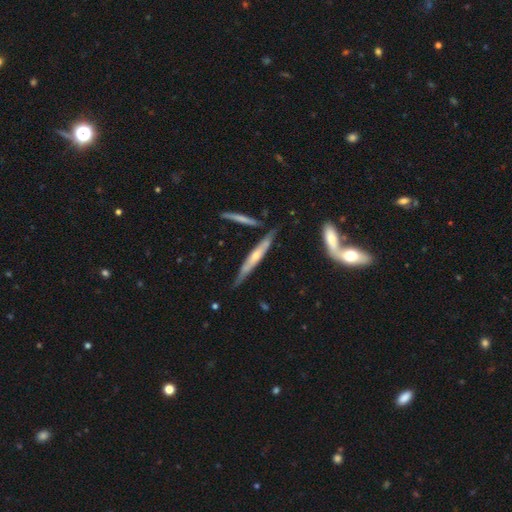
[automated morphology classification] The model was most divided on "edge-on bulge": rounded: 58%, none: 34%, boxy: 8%. More confident: edge-on disk — yes (90%); merging — none (74%); smooth or featured — featured or disk (62%).